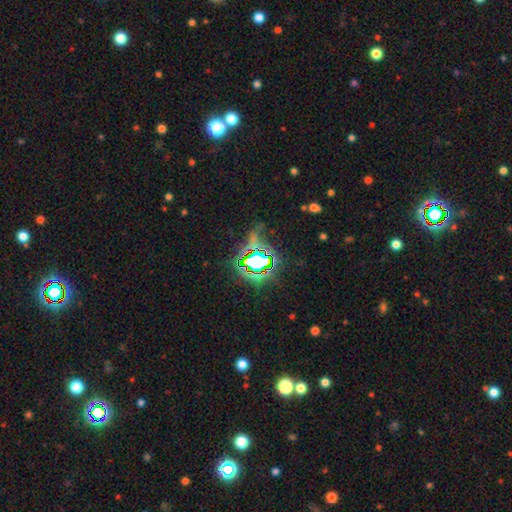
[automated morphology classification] smooth_or_featured: star or artifact (p=0.74) [alt: smooth p=0.14]